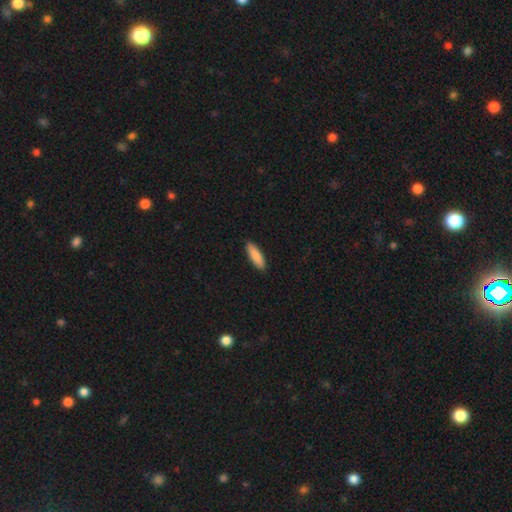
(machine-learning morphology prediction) smooth-or-featured: smooth: 88% | featured or disk: 7% | star or artifact: 5%
  how-rounded: cigar-shaped: 53% | in between: 45% | round: 2%
  merging: none: 90% | minor disturbance: 8% | major disturbance: 2% | merger: 1%